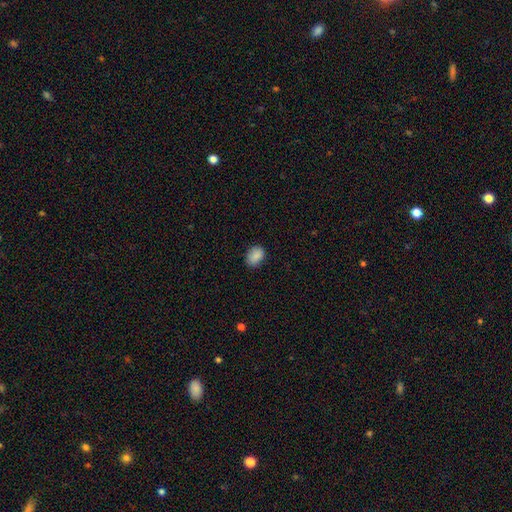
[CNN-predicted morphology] A smooth galaxy with no disk features (88%) that is in between round and cigar-shaped (75%). Merging: none (80%).